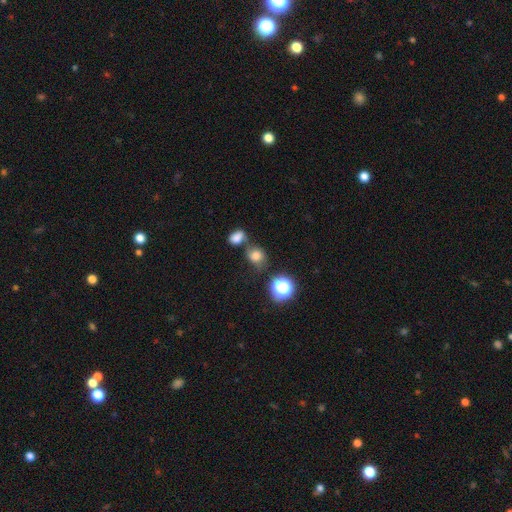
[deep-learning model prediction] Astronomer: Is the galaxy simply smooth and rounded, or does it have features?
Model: smooth — 75%.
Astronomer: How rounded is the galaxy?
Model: round — 58% (runner-up: in between, 41%).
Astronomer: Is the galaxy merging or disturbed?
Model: none — 53%.